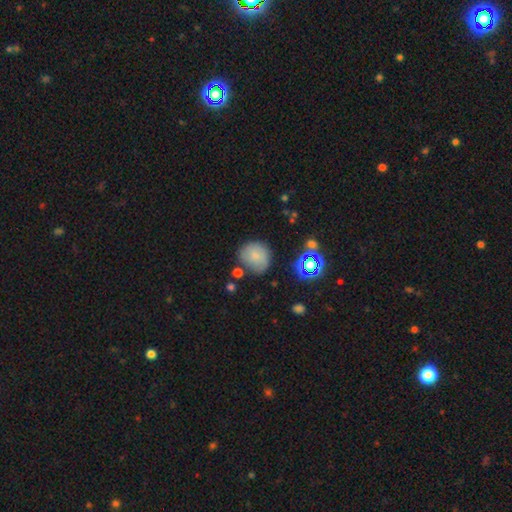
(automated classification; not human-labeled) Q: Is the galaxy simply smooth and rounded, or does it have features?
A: smooth — 69%.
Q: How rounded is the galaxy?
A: round — 83%.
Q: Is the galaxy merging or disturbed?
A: none — 64%.